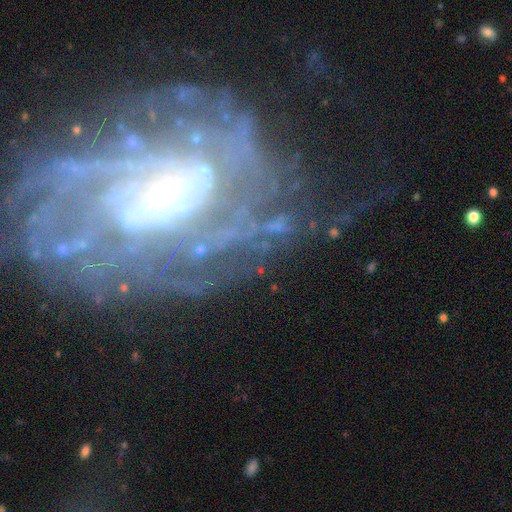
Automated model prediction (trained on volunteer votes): featured or disk 83%, star or artifact 9%, smooth 7%. Down the decision tree: edge-on disk — no (96%); bar — no (47%); spiral arms — yes (86%); spiral arm count — can't tell (43%); spiral winding — tight (54%); bulge size — small (65%); merging — none (57%).